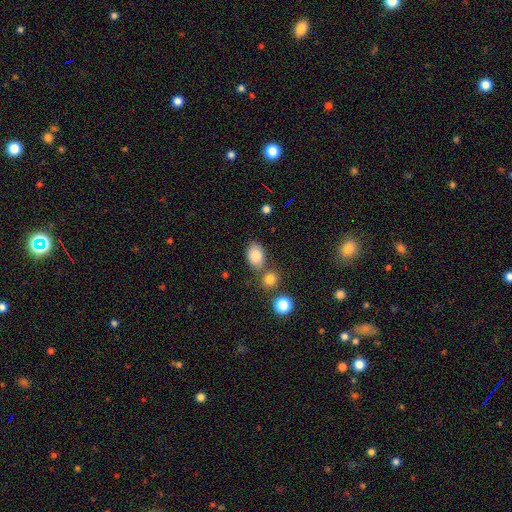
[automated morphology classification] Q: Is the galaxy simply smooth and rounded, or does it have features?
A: smooth — 84%.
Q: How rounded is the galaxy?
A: in between — 79%.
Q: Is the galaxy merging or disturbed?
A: none — 63%.